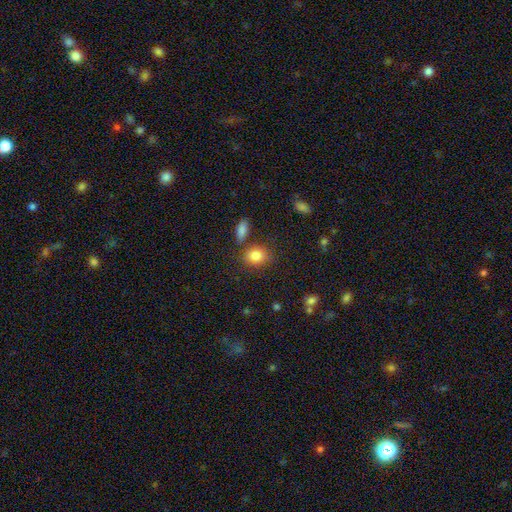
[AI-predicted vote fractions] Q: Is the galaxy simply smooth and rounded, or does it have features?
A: smooth — 84%.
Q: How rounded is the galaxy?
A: round — 52%.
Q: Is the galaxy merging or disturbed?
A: none — 72%.